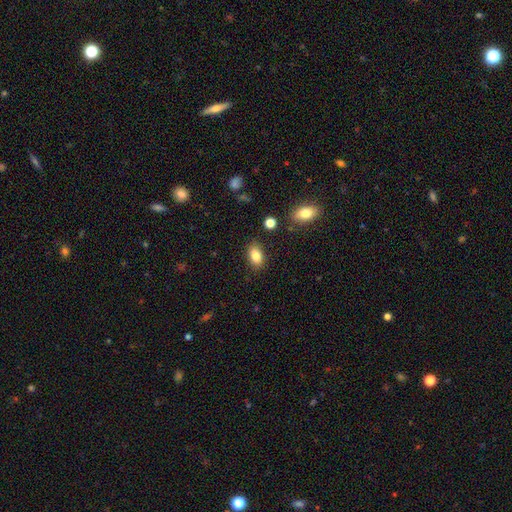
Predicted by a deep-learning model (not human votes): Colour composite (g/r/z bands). It shows a smooth galaxy with no disk features (84%) that is in between round and cigar-shaped (89%). Merging: none (84%).